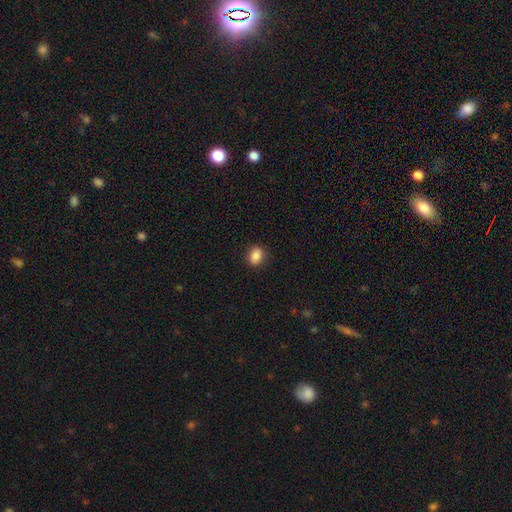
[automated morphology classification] Smooth or featured? smooth (87%)
How rounded? in between (66%)
Merging? none (88%)